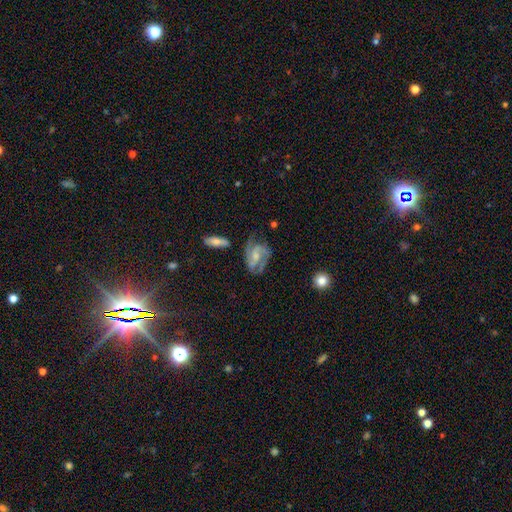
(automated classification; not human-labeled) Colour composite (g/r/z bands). It shows a featured or disk galaxy (78%) with no bar (44%), 2 (63%) medium (51%) spiral arms (93%) and a small central bulge (41%). Merging: none (59%).